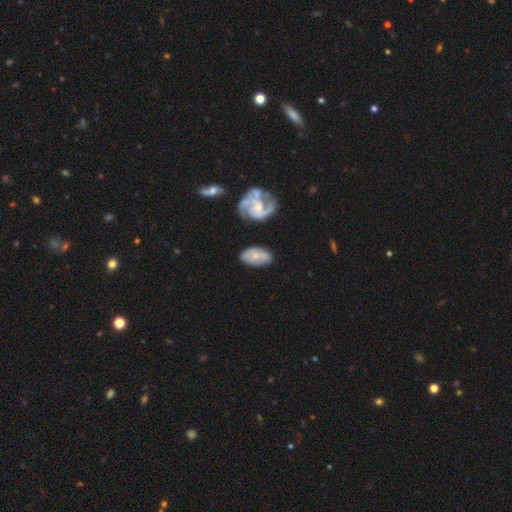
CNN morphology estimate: A featured or disk galaxy (52%). Merging: none (65%).